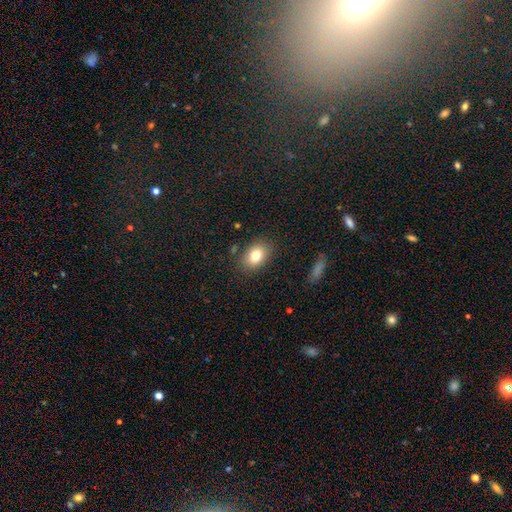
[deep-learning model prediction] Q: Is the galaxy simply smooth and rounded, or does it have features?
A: smooth — 80%.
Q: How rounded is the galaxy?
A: in between — 77%.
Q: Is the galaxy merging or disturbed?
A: none — 84%.